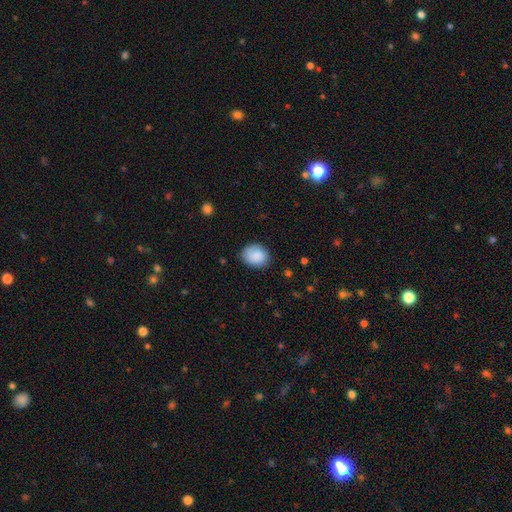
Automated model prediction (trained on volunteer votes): smooth 89%, star or artifact 7%, featured or disk 4%. Down the decision tree: how rounded — in between (52%); merging — none (82%).